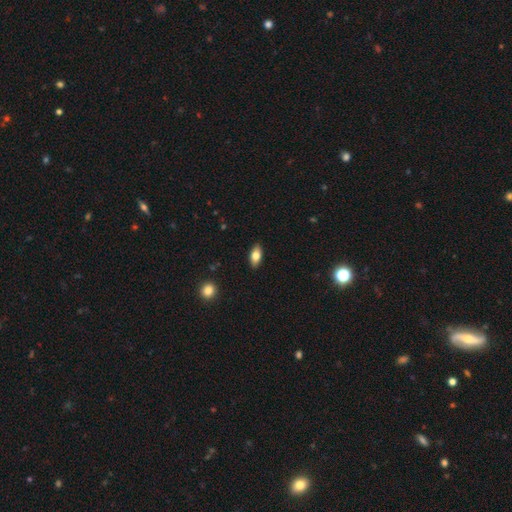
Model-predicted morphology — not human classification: This appears to be a smooth galaxy with no disk features (77%) that is in between round and cigar-shaped (88%). Merging: none (89%).